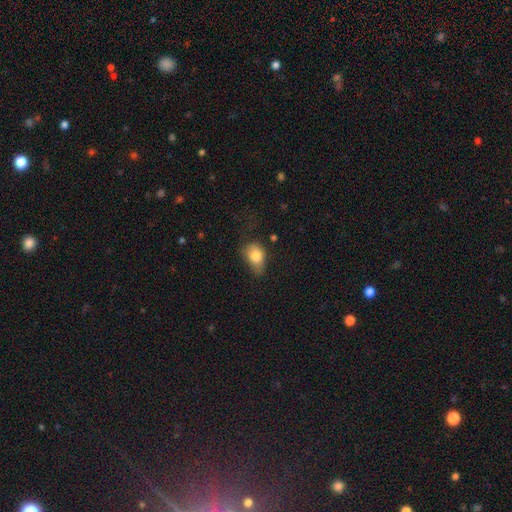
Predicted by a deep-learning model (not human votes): smooth_or_featured: smooth (p=0.80) [alt: featured or disk p=0.11]
how_rounded: in between (p=0.73) [alt: round p=0.26]
merging: minor disturbance (p=0.39) [alt: none p=0.35]